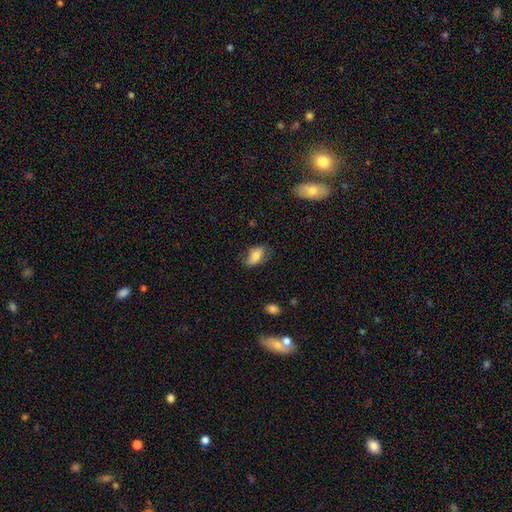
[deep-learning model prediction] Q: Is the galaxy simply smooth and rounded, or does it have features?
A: smooth — 72%.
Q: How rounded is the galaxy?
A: in between — 89%.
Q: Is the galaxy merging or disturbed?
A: none — 69%.